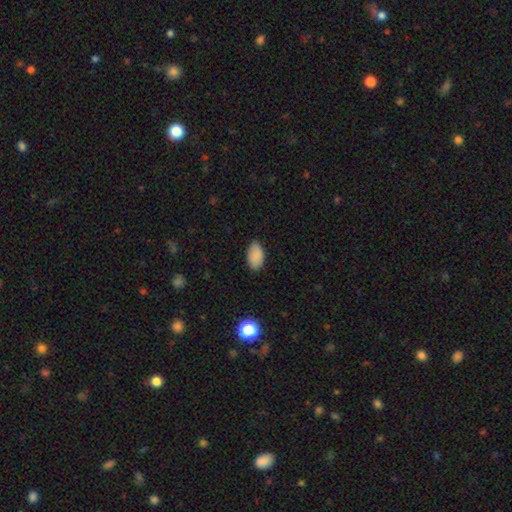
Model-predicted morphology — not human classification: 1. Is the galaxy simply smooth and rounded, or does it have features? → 88% smooth, 8% star or artifact, 4% featured or disk.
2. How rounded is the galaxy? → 94% in between, 4% round, 2% cigar-shaped.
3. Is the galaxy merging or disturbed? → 83% none, 13% minor disturbance, 3% major disturbance, 1% merger.